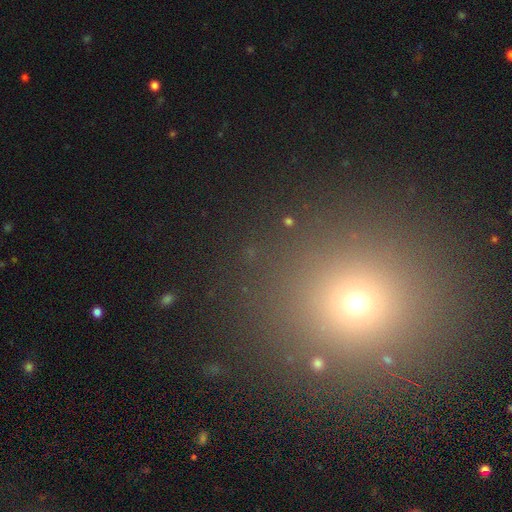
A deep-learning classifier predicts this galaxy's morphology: This is possibly a smooth galaxy (51%). How rounded: clearly round (87%). Merging: clearly none (87%).